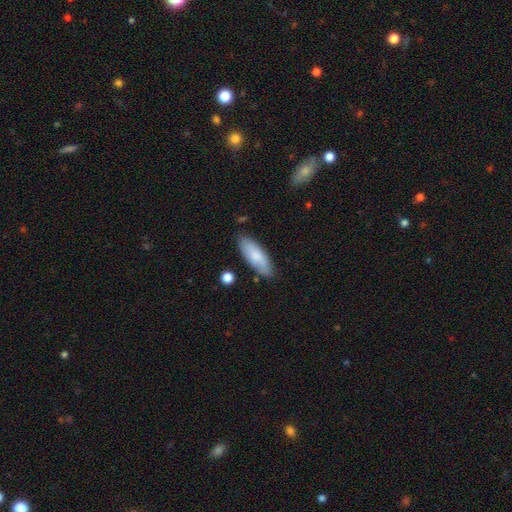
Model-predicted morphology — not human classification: smooth 79%, featured or disk 16%, star or artifact 6%. Down the decision tree: how rounded — in between (67%); merging — none (81%).